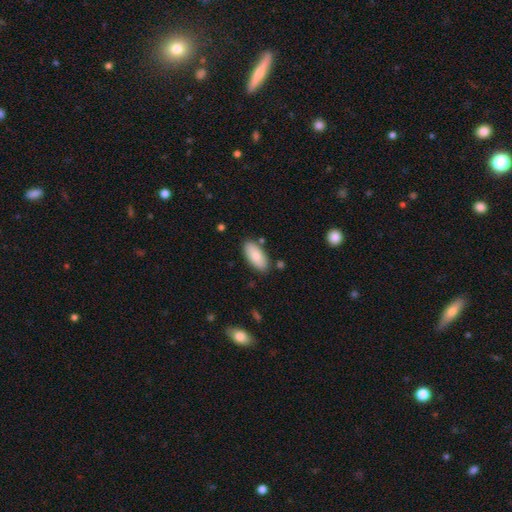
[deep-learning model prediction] Smooth or featured? smooth (83%)
How rounded? in between (89%)
Merging? none (83%)